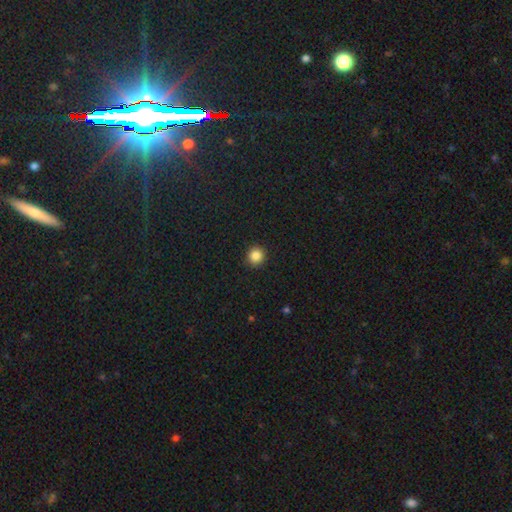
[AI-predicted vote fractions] smooth 86%, star or artifact 11%, featured or disk 3%. Down the decision tree: how rounded — round (93%); merging — none (92%).